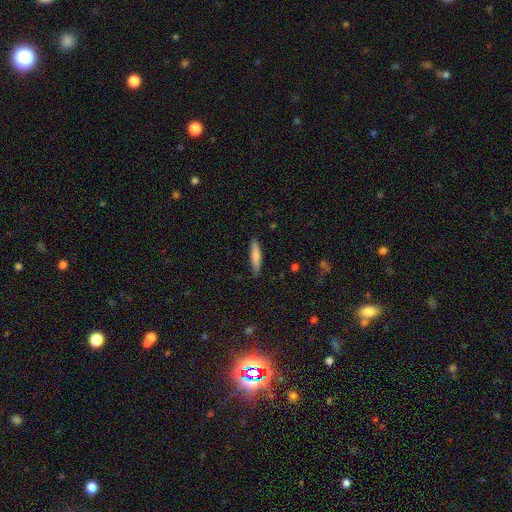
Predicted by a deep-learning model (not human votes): Smooth or featured: smooth — 77% (featured or disk — 17%)
How rounded: cigar-shaped — 83% (in between — 15%)
Merging: none — 83% (minor disturbance — 13%)